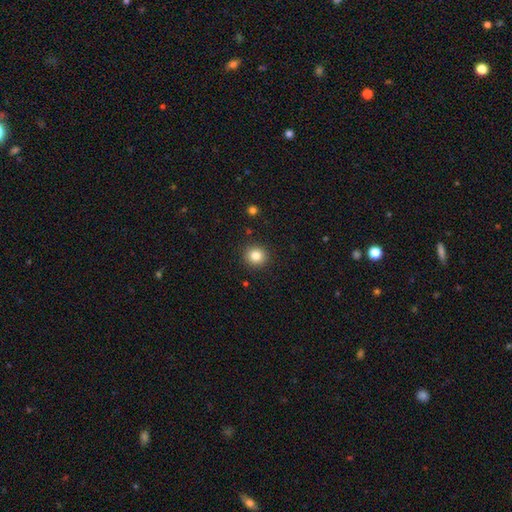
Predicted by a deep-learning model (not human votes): The model was most divided on "smooth or featured": smooth: 82%, star or artifact: 11%, featured or disk: 7%. More confident: how rounded — round (92%); merging — none (91%).